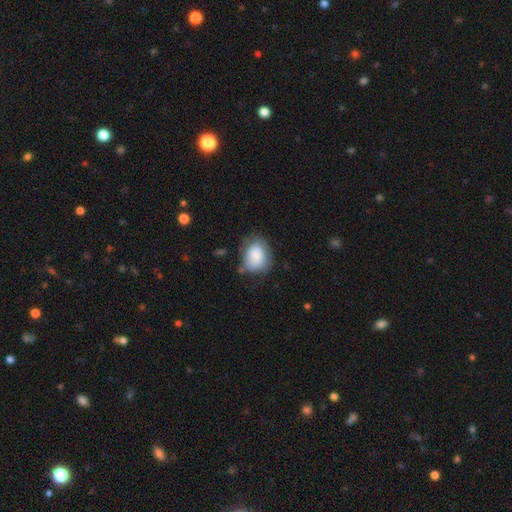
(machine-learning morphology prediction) The model was most divided on "how rounded": in between: 58%, round: 41%, cigar-shaped: 1%. More confident: smooth or featured — smooth (81%); merging — none (63%).